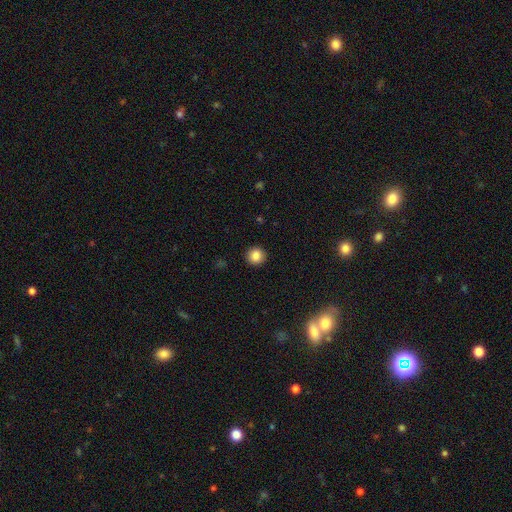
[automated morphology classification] Smooth or featured? smooth (86%)
How rounded? round (94%)
Merging? none (93%)